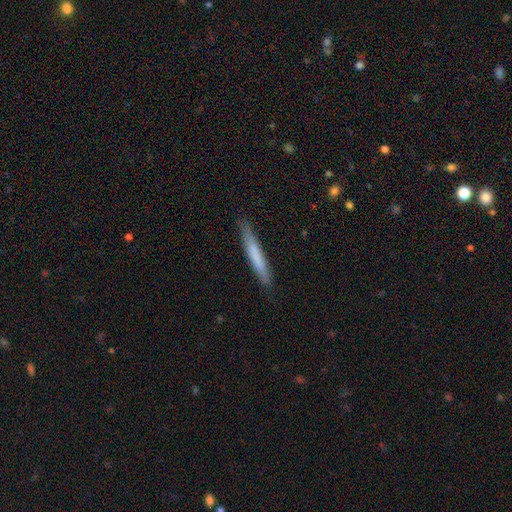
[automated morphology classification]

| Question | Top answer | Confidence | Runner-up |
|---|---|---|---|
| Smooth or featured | smooth | 68% | featured or disk (26%) |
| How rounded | cigar-shaped | 96% | in between (3%) |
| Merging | none | 87% | minor disturbance (10%) |